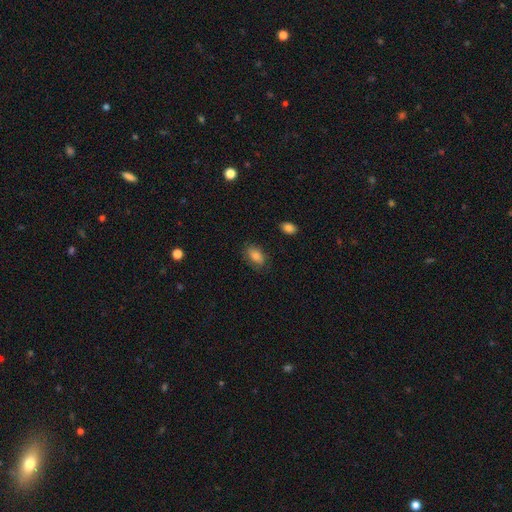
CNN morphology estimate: The model was most divided on "merging": none: 79%, minor disturbance: 15%, major disturbance: 4%, merger: 1%. More confident: how rounded — in between (89%); smooth or featured — smooth (84%).